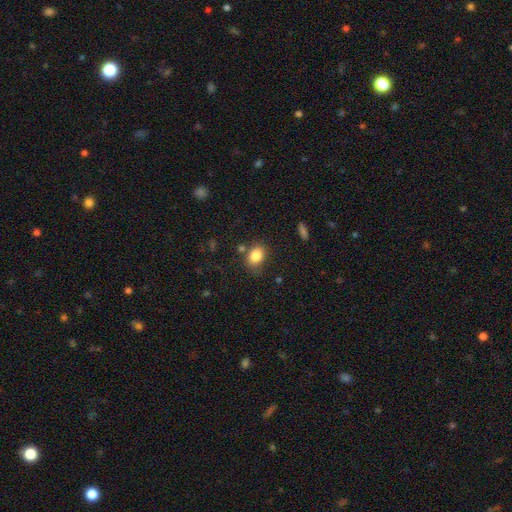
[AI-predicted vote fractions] A smooth galaxy with no disk features (85%) that is in between round and cigar-shaped (63%). Merging: none (73%).